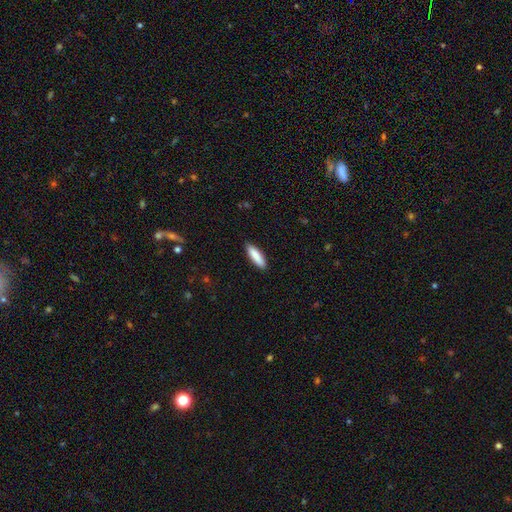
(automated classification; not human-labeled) smooth-or-featured: smooth: 87% | featured or disk: 8% | star or artifact: 5%
  how-rounded: cigar-shaped: 65% | in between: 33% | round: 1%
  merging: none: 89% | minor disturbance: 9% | major disturbance: 2% | merger: 1%